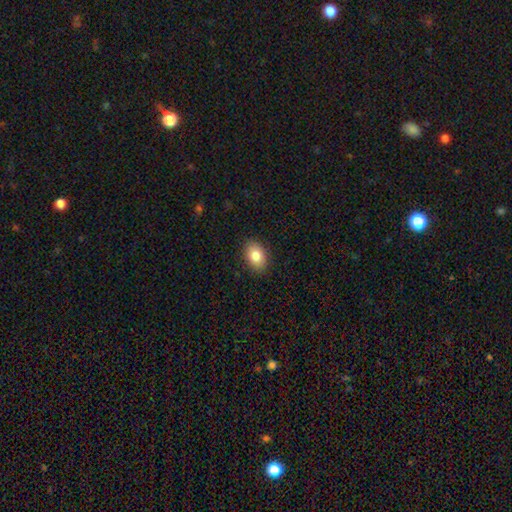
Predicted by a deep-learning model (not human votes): Overall: smooth (83%). How rounded: in between (80%). Merging: none (88%).